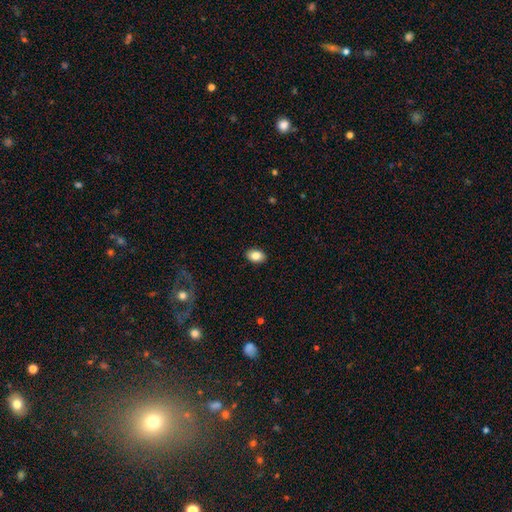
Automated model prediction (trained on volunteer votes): smooth_or_featured: smooth (p=0.85) [alt: star or artifact p=0.08]
how_rounded: in between (p=0.85) [alt: round p=0.14]
merging: none (p=0.90) [alt: minor disturbance p=0.08]